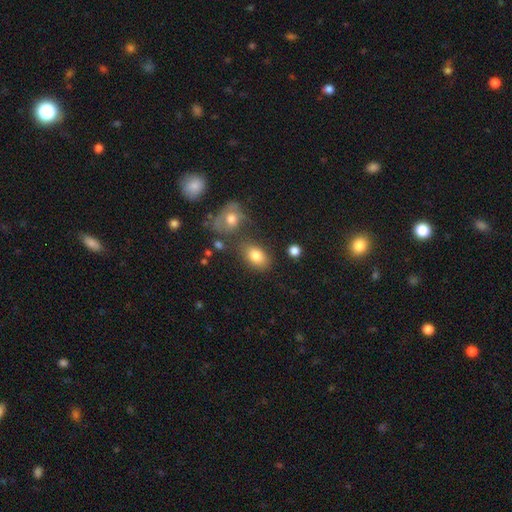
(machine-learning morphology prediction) smooth_or_featured: smooth (p=0.81) [alt: featured or disk p=0.10]
how_rounded: in between (p=0.84) [alt: round p=0.14]
merging: none (p=0.67) [alt: minor disturbance p=0.15]